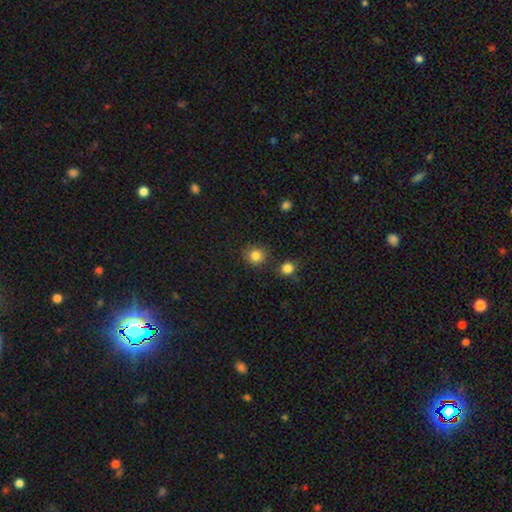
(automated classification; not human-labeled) Smooth or featured: smooth — 83% (star or artifact — 12%)
How rounded: round — 89% (in between — 10%)
Merging: none — 84% (minor disturbance — 8%)